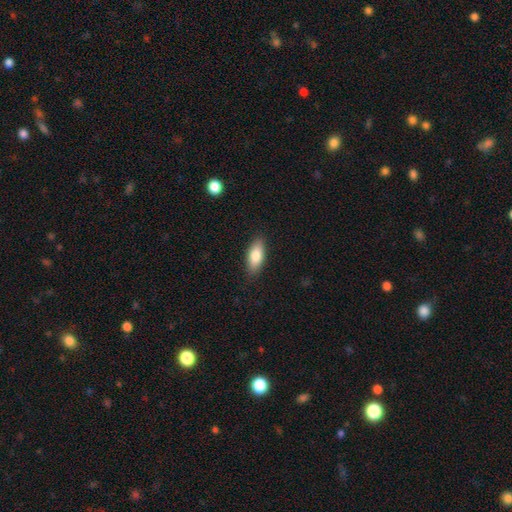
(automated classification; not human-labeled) This is likely a smooth galaxy (79%). How rounded: likely in between (79%). Merging: clearly none (87%).